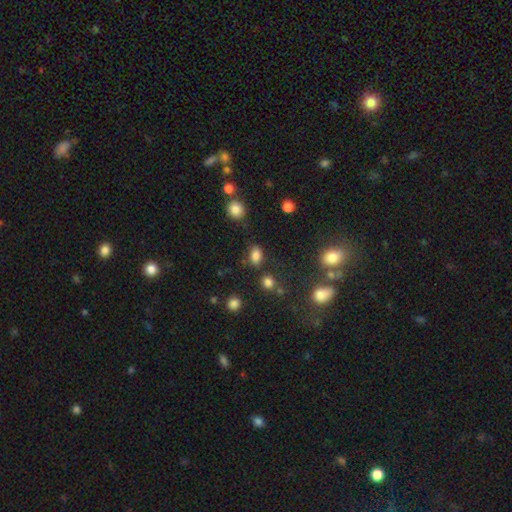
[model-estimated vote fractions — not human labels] The model was most divided on "how rounded": in between: 78%, round: 20%, cigar-shaped: 2%. More confident: smooth or featured — smooth (81%); merging — none (74%).